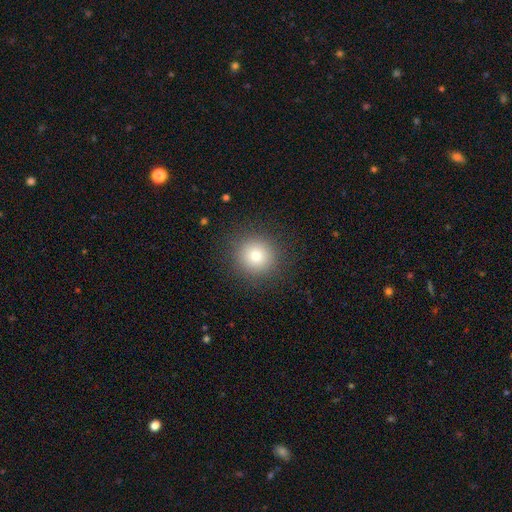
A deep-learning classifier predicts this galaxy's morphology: A smooth galaxy with no disk features (79%) that is round (94%).

Vote fractions:
- Smooth or featured? smooth: 79% / star or artifact: 13% / featured or disk: 9%
- How rounded? round: 94% / in between: 5% / cigar-shaped: 1%
- Merging? none: 90% / minor disturbance: 6% / major disturbance: 3% / merger: 1%